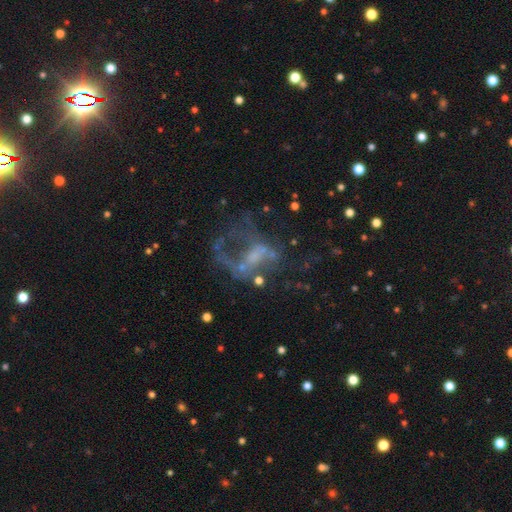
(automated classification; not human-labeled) The model was most divided on "merging": major disturbance: 46%, none: 31%, minor disturbance: 13%, merger: 11%. Remaining: edge-on disk — no (97%); spiral arms — no (69%); bar — no (67%); smooth or featured — featured or disk (63%); bulge size — none (47%).